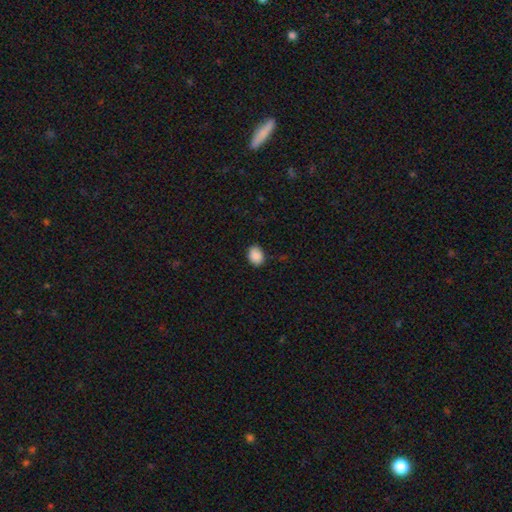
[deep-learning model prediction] Overall: smooth (89%). How rounded: in between (63%; round 36%). Merging: none (84%).